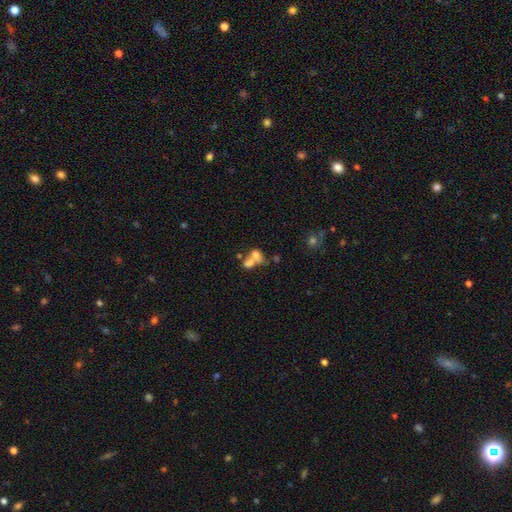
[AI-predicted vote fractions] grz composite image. It shows a smooth galaxy with no disk features (61%) that is in between round and cigar-shaped (57%). Merging: merger (67%).